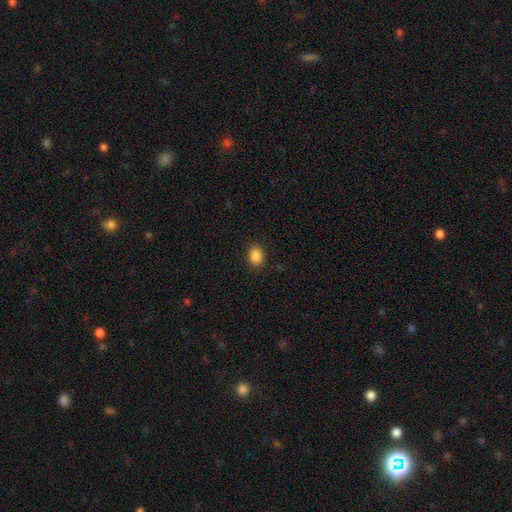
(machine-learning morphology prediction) A smooth galaxy with no disk features (88%) that is in between round and cigar-shaped (76%).

Vote fractions:
- Smooth or featured? smooth: 88% / star or artifact: 9% / featured or disk: 3%
- How rounded? in between: 76% / round: 23% / cigar-shaped: 1%
- Merging? none: 88% / minor disturbance: 9% / major disturbance: 2% / merger: 1%